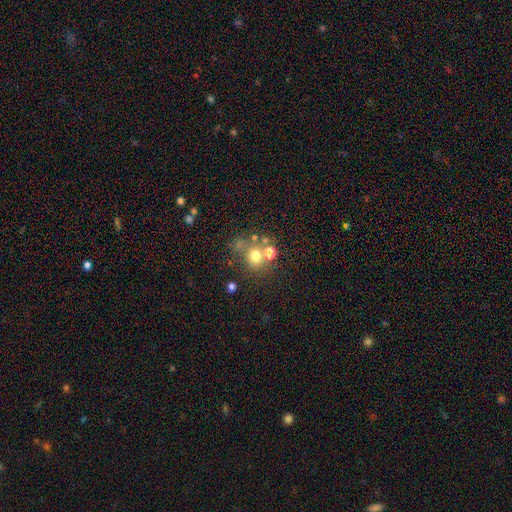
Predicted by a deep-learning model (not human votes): Morphology: type=smooth (66%); roundness=round (78%); merging=none (54%).